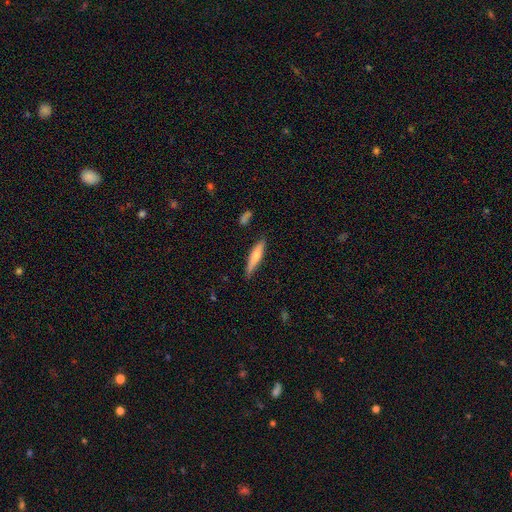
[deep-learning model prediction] This is likely a smooth galaxy (67%). How rounded: clearly cigar-shaped (83%). Merging: likely none (80%).